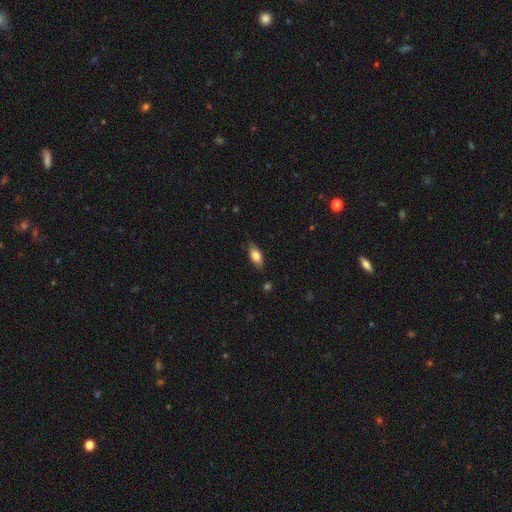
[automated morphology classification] Q: Smooth or featured?
A: smooth (78%); runner-up: featured or disk (15%)
Q: How rounded?
A: in between (83%); runner-up: cigar-shaped (13%)
Q: Merging?
A: none (79%); runner-up: minor disturbance (16%)